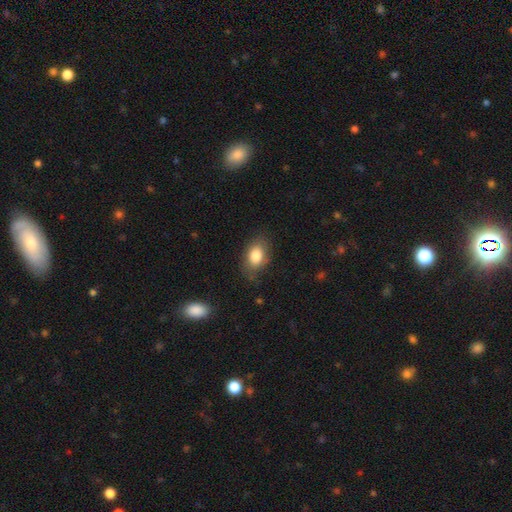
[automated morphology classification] smooth 81%, featured or disk 11%, star or artifact 8%. Down the decision tree: how rounded — in between (84%); merging — none (73%).